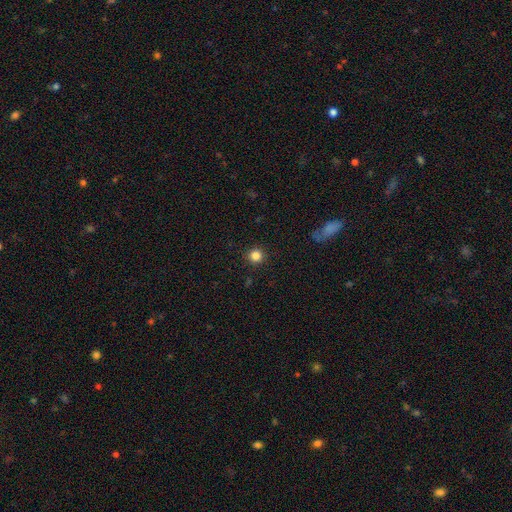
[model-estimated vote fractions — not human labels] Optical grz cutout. It shows a smooth galaxy with no disk features (84%) that is round (95%). Merging: none (92%).